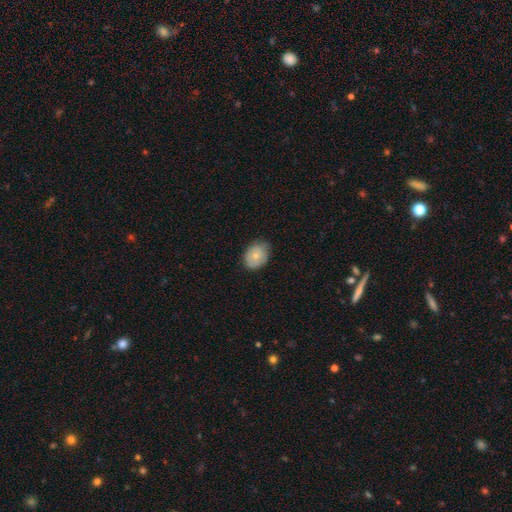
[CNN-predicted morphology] A smooth galaxy with no disk features (73%) that is in between round and cigar-shaped (64%).

Vote fractions:
- Smooth or featured? smooth: 73% / featured or disk: 20% / star or artifact: 7%
- How rounded? in between: 64% / round: 36% / cigar-shaped: 1%
- Merging? none: 74% / minor disturbance: 22% / major disturbance: 4% / merger: 1%